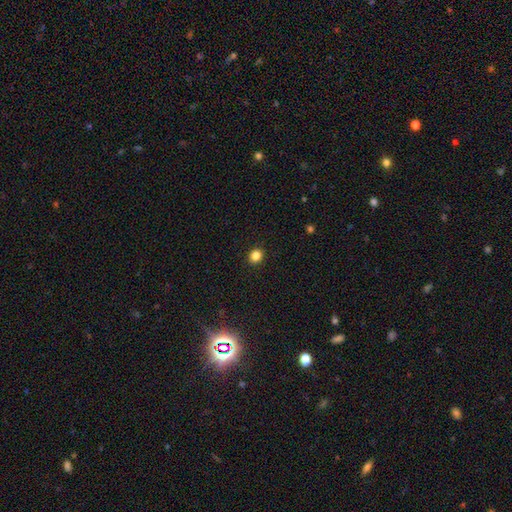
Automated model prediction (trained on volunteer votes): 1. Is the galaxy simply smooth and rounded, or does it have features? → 84% smooth, 12% star or artifact, 4% featured or disk.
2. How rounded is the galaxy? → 75% round, 25% in between, 1% cigar-shaped.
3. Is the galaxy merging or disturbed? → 92% none, 5% minor disturbance, 2% major disturbance, 1% merger.